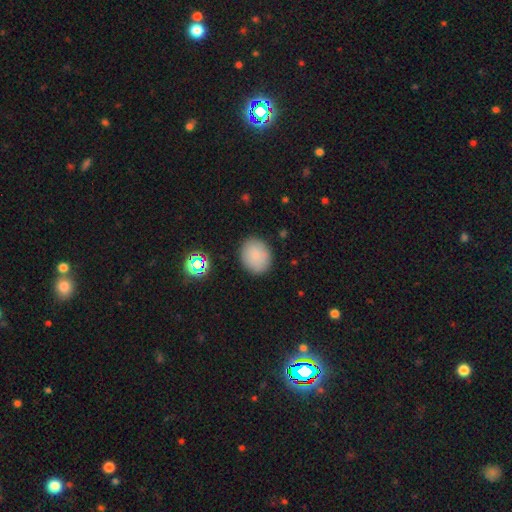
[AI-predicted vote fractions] Smooth or featured? Predicted: smooth (p=0.83). How rounded? Predicted: round (p=0.64). Merging? Predicted: none (p=0.86).